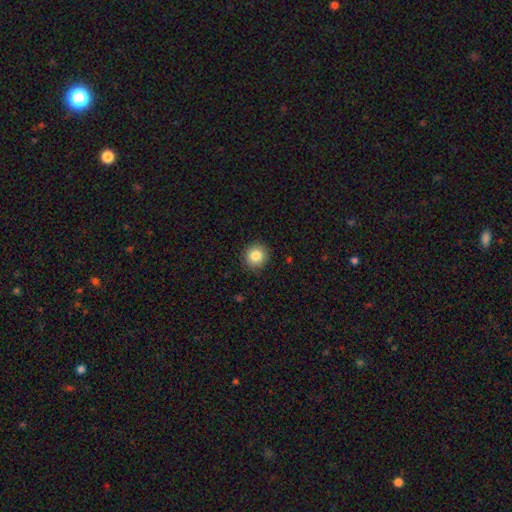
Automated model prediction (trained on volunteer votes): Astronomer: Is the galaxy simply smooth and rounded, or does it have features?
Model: smooth — 84%.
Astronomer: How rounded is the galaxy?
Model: round — 92%.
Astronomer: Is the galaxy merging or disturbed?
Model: none — 91%.